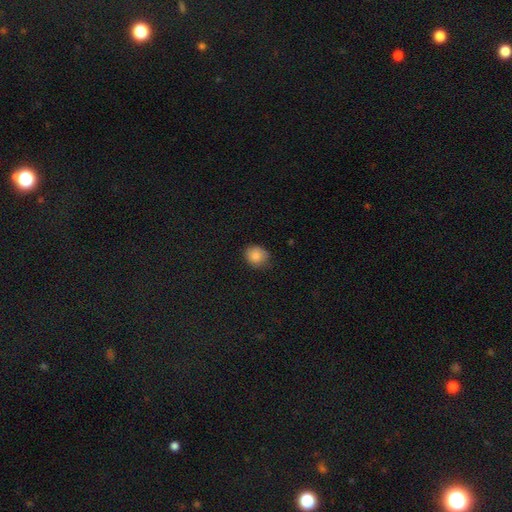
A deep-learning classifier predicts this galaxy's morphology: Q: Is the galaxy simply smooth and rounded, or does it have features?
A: smooth — 86%.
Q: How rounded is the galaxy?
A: round — 70%.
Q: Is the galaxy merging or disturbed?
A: none — 74%.